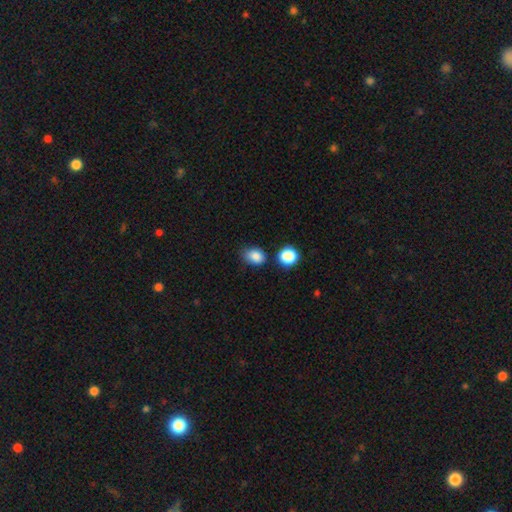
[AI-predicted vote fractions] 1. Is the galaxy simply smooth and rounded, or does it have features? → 84% smooth, 10% star or artifact, 5% featured or disk.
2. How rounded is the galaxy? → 63% in between, 36% round, 1% cigar-shaped.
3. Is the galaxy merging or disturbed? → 63% none, 22% minor disturbance, 10% merger, 5% major disturbance.